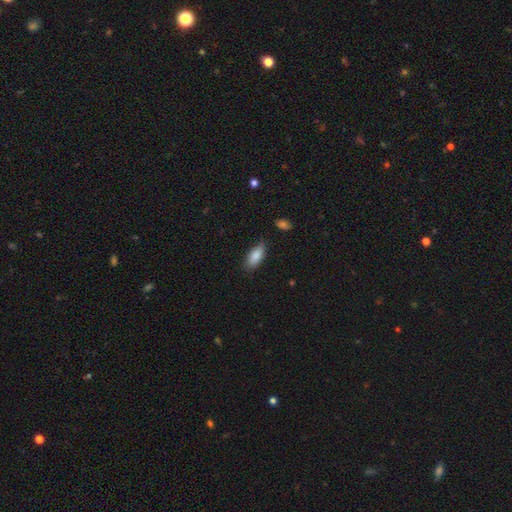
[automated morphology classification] smooth 86%, featured or disk 8%, star or artifact 7%. Down the decision tree: how rounded — in between (84%); merging — none (77%).